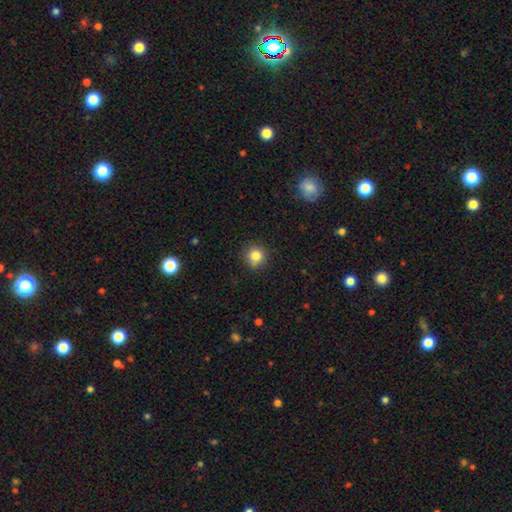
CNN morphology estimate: type=smooth (82%); roundness=round (92%); merging=none (81%).